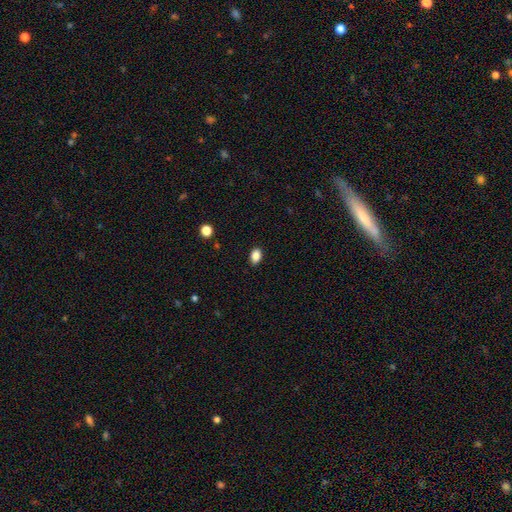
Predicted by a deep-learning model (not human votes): smooth-or-featured: smooth: 87% | star or artifact: 9% | featured or disk: 4%
  how-rounded: in between: 82% | round: 17% | cigar-shaped: 1%
  merging: none: 89% | minor disturbance: 8% | major disturbance: 2% | merger: 1%